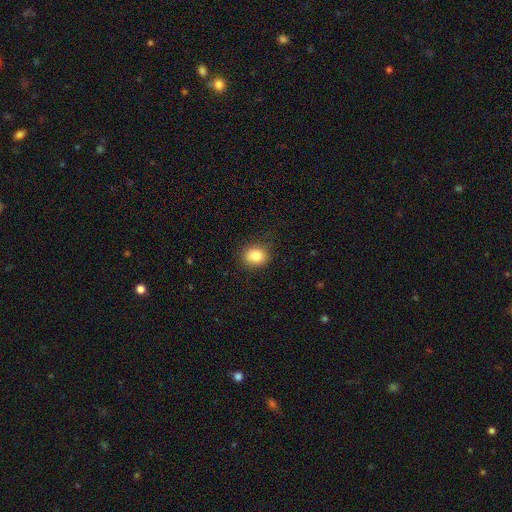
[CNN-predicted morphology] smooth_or_featured: smooth (p=0.83) [alt: star or artifact p=0.10]
how_rounded: round (p=0.61) [alt: in between p=0.38]
merging: none (p=0.85) [alt: minor disturbance p=0.11]